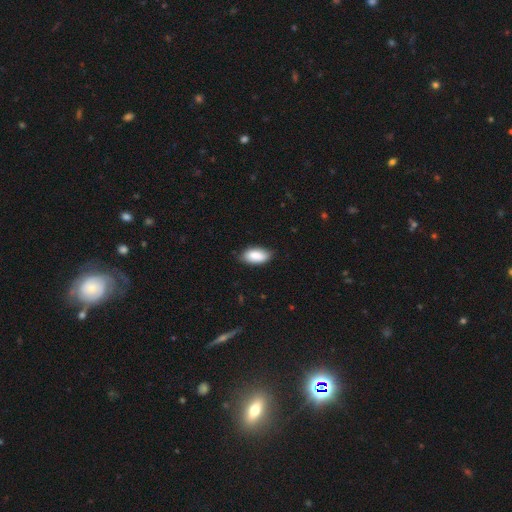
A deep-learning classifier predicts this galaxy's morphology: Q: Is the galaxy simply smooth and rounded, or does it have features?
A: smooth — 86%.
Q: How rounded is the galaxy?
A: in between — 93%.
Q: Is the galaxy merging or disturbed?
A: none — 76%.